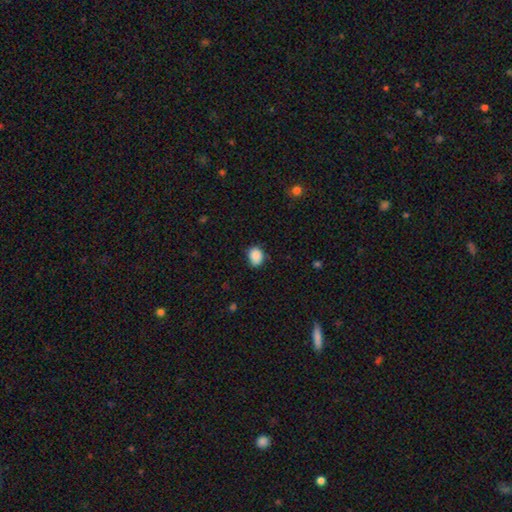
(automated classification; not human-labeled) Q: Smooth or featured?
A: smooth (88%); runner-up: star or artifact (8%)
Q: How rounded?
A: in between (54%); runner-up: round (45%)
Q: Merging?
A: none (75%); runner-up: minor disturbance (21%)